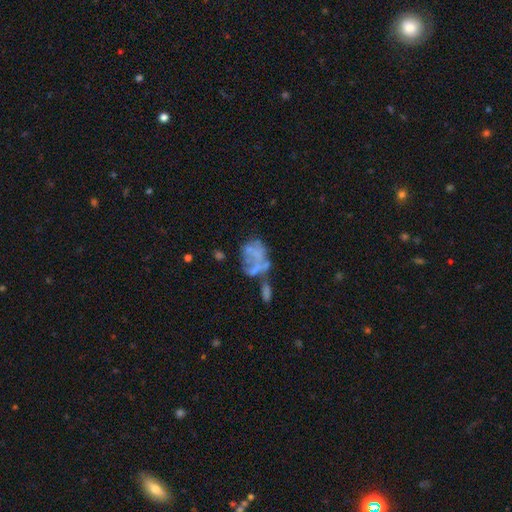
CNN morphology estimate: type=featured or disk (57%); edge-on=no (98%); bar=no (93%); spiral arms=no (92%); bulge=none (83%); merging=major disturbance (30%).